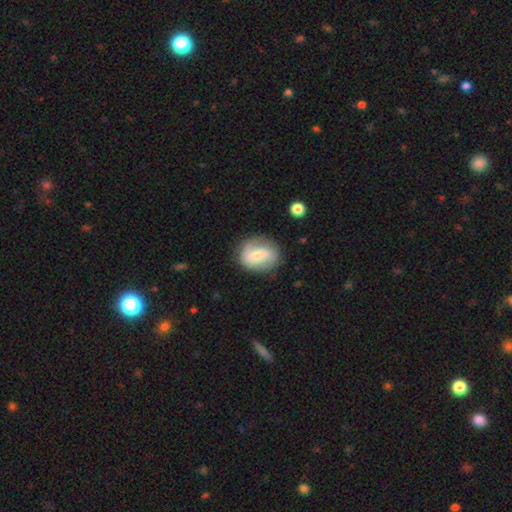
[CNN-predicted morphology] A featured or disk galaxy (58%) with a weak bar (44%), spiral arms (83%) and a small central bulge (47%). Merging: none (76%).